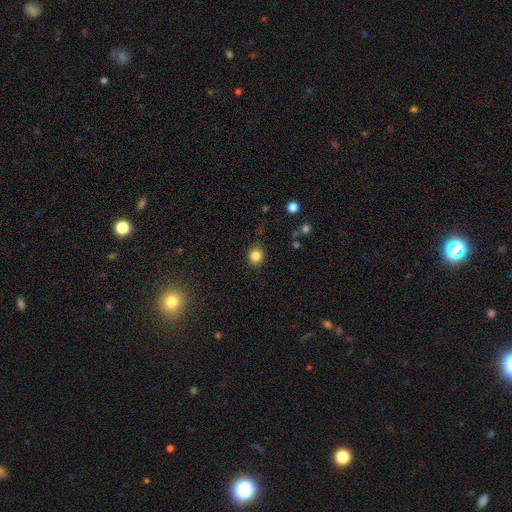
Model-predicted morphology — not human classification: Smooth or featured? smooth (83%)
How rounded? round (70%)
Merging? none (85%)